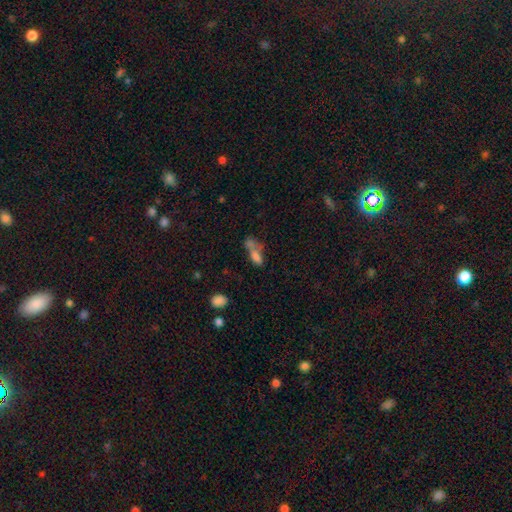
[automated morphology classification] Q: Smooth or featured?
A: smooth (70%); runner-up: featured or disk (17%)
Q: How rounded?
A: in between (70%); runner-up: cigar-shaped (24%)
Q: Merging?
A: merger (48%); runner-up: none (25%)